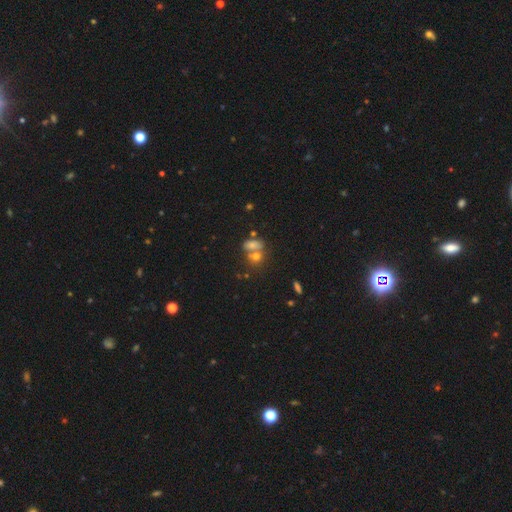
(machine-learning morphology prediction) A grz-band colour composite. It shows a smooth galaxy with no disk features (64%) that is round (51%). Merging: merger (53%).